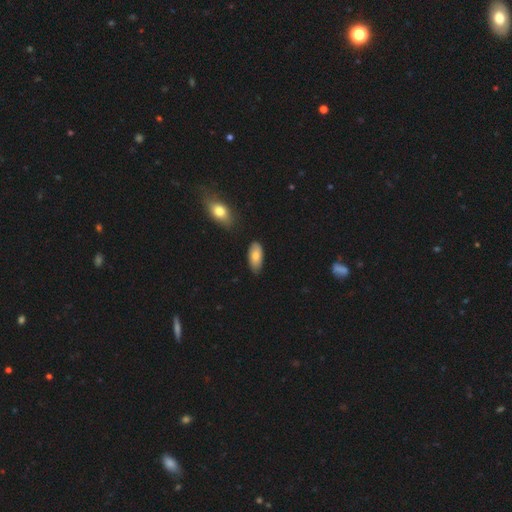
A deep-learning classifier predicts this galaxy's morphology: Q: Smooth or featured?
A: smooth (77%); runner-up: featured or disk (16%)
Q: How rounded?
A: in between (93%); runner-up: cigar-shaped (5%)
Q: Merging?
A: none (78%); runner-up: minor disturbance (16%)